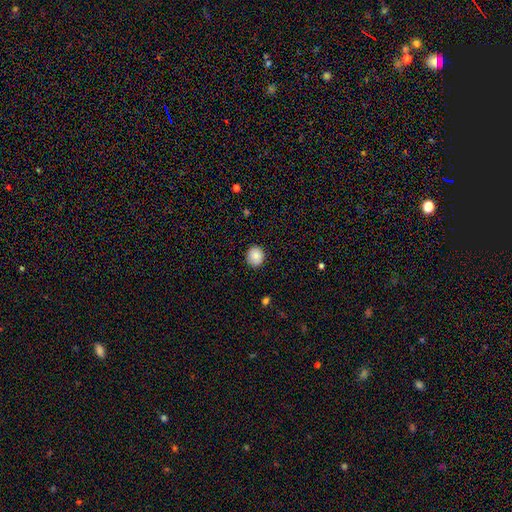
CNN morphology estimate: Overall: smooth (87%). How rounded: round (83%). Merging: none (89%).